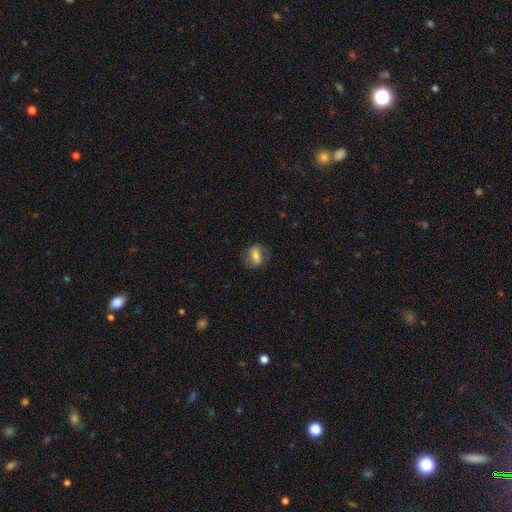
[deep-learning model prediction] This appears to be a smooth galaxy with no disk features (67%) that is in between round and cigar-shaped (71%). Merging: none (75%).